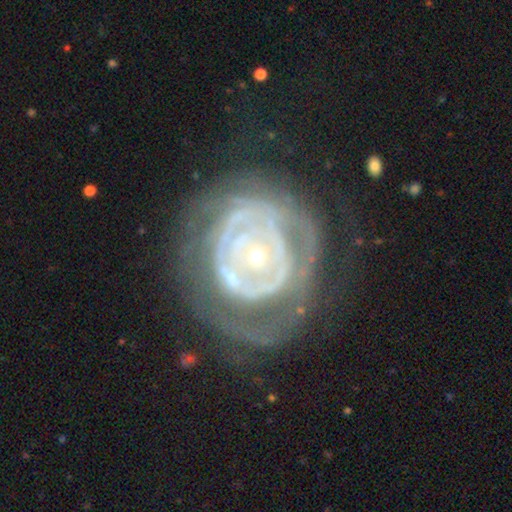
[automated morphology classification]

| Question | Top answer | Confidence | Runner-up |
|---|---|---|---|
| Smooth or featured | featured or disk | 82% | smooth (12%) |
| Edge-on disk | no | 96% | yes (4%) |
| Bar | no | 81% | weak (12%) |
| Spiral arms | yes | 64% | no (36%) |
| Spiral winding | tight | 73% | medium (18%) |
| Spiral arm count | can't tell | 50% | 2 (19%) |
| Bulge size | small | 81% | moderate (15%) |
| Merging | none | 52% | major disturbance (25%) |